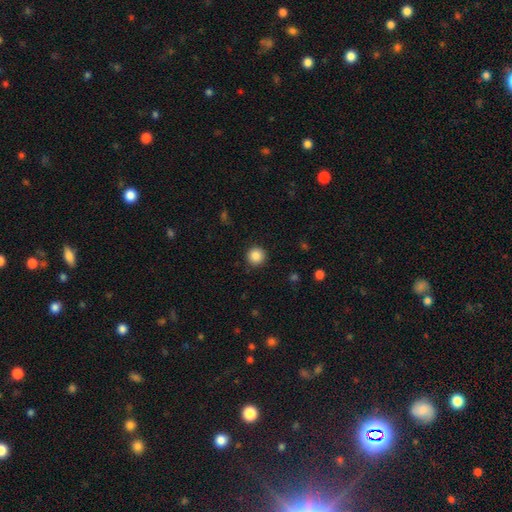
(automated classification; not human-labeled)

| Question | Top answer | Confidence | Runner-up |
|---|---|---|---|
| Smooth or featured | smooth | 87% | star or artifact (9%) |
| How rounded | round | 95% | in between (4%) |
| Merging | none | 91% | minor disturbance (6%) |